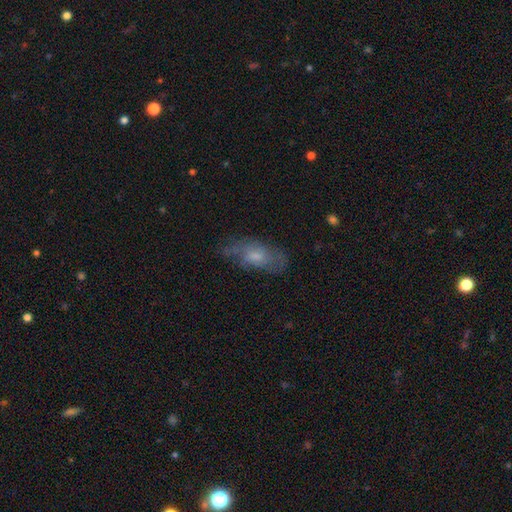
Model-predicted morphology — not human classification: Smooth or featured? smooth (48%)
Merging? none (59%)